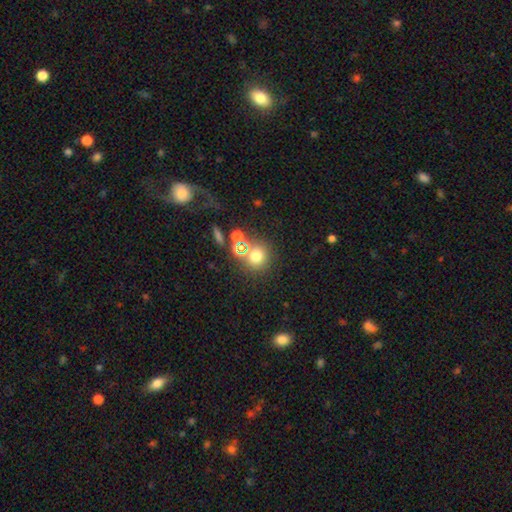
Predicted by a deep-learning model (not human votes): smooth 68%, star or artifact 22%, featured or disk 9%. Down the decision tree: how rounded — round (88%); merging — none (70%).